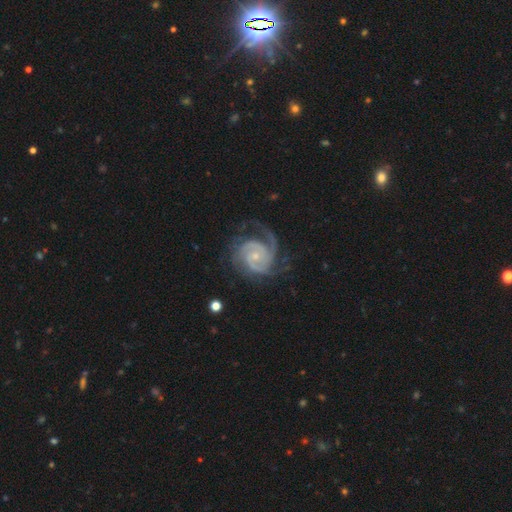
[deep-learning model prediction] Smooth or featured? featured or disk (92%)
Edge-on disk? no (98%)
Bar? no (68%)
Spiral arms? yes (98%)
Spiral winding? tight (60%)
Spiral arm count? 3 (40%)
Bulge size? small (70%)
Merging? none (67%)